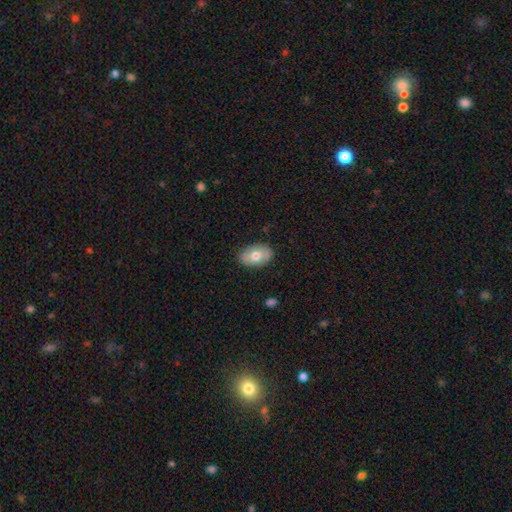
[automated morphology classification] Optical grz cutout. It shows a smooth galaxy with no disk features (70%) that is in between round and cigar-shaped (87%). Merging: none (84%).